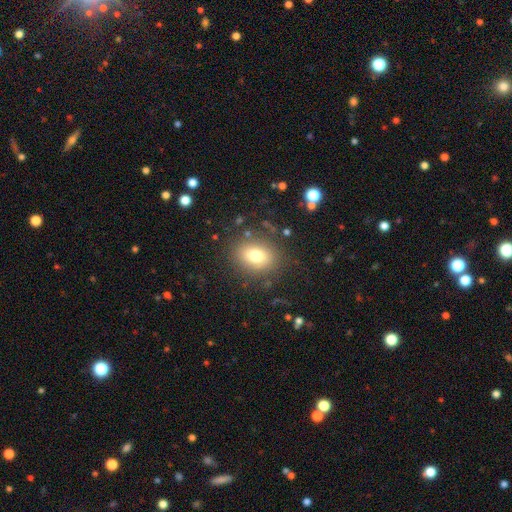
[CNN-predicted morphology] Overall: smooth (76%). How rounded: in between (59%; round 39%). Merging: none (83%).